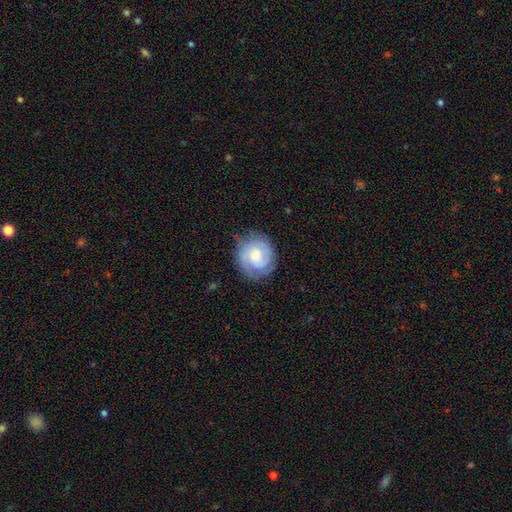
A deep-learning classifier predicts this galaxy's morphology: Smooth or featured?
  - featured or disk: 71% *
  - smooth: 23%
  - star or artifact: 6%
Edge-on disk?
  - no: 98% *
  - yes: 2%
Bar?
  - no: 58% *
  - weak: 36%
  - strong: 5%
Spiral arms?
  - yes: 93% *
  - no: 7%
Spiral winding?
  - tight: 55% *
  - medium: 35%
  - loose: 10%
Spiral arm count?
  - 2: 57% *
  - can't tell: 19%
  - 3: 12%
  - 1: 8%
  - 4: 3%
  - more than 4: 2%
Bulge size?
  - moderate: 46% *
  - small: 37%
  - large: 9%
  - none: 6%
  - dominant: 2%
Merging?
  - none: 76% *
  - minor disturbance: 17%
  - major disturbance: 6%
  - merger: 1%